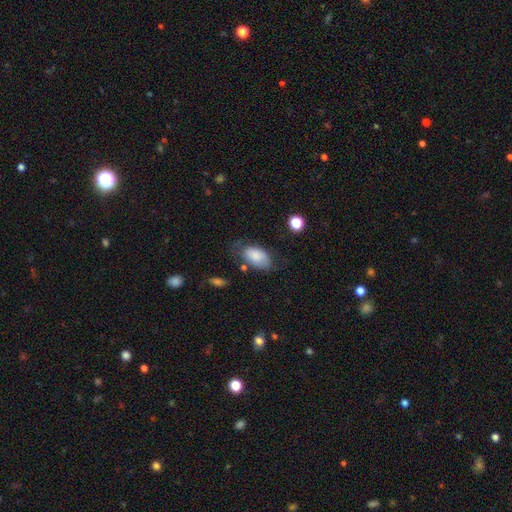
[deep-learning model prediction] This is likely a smooth galaxy (79%). How rounded: clearly in between (93%). Merging: possibly none (50%).